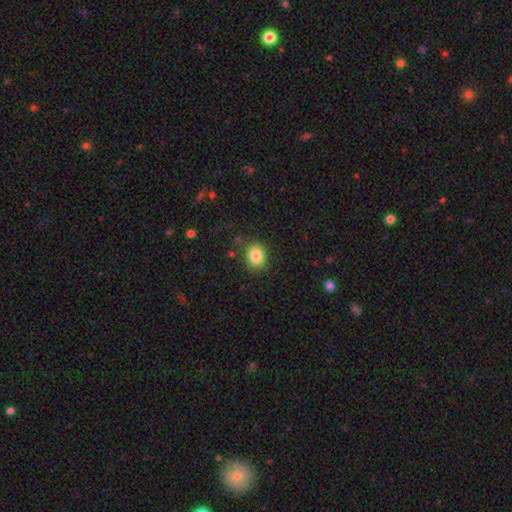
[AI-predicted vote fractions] Smooth or featured? Predicted: smooth (p=0.85). How rounded? Predicted: round (p=0.50). Merging? Predicted: none (p=0.83).